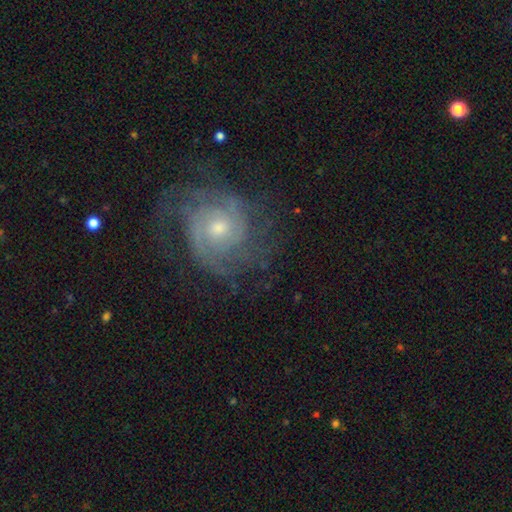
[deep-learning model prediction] A featured or disk galaxy (81%) with no bar (71%), tight (59%) spiral arms (96%) and a moderate central bulge (48%).

Vote fractions:
- Smooth or featured? featured or disk: 81% / star or artifact: 11% / smooth: 8%
- Edge-on disk? no: 97% / yes: 3%
- Bar? no: 71% / weak: 24% / strong: 5%
- Spiral arms? yes: 96% / no: 4%
- Spiral winding? tight: 59% / medium: 33% / loose: 8%
- Spiral arm count? can't tell: 30% / 2: 21% / 3: 21% / 4: 13% / more than 4: 8% / 1: 8%
- Bulge size? moderate: 48% / small: 47% / large: 3% / none: 1% / dominant: 1%
- Merging? none: 75% / minor disturbance: 15% / major disturbance: 9% / merger: 1%